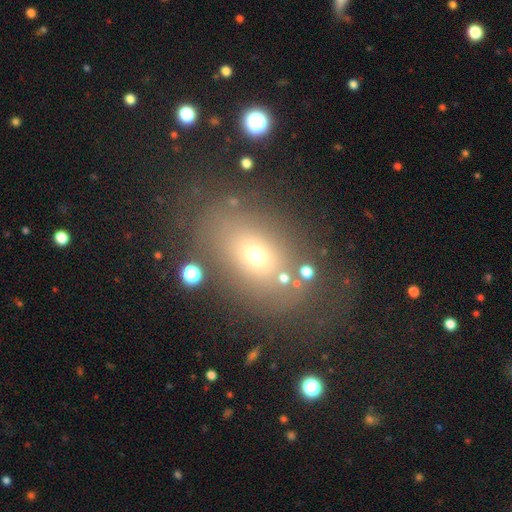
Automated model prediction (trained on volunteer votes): smooth 59%, star or artifact 21%, featured or disk 20%. Down the decision tree: how rounded — in between (66%); merging — none (70%).